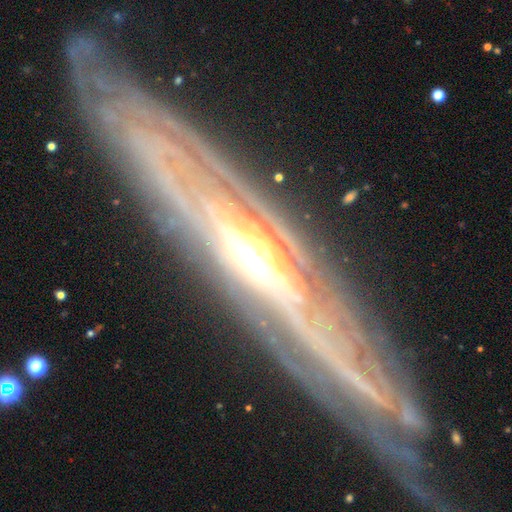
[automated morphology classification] Smooth or featured: featured or disk — 85% (smooth — 8%)
Edge-on disk: yes — 57% (no — 43%)
Merging: none — 76% (minor disturbance — 14%)